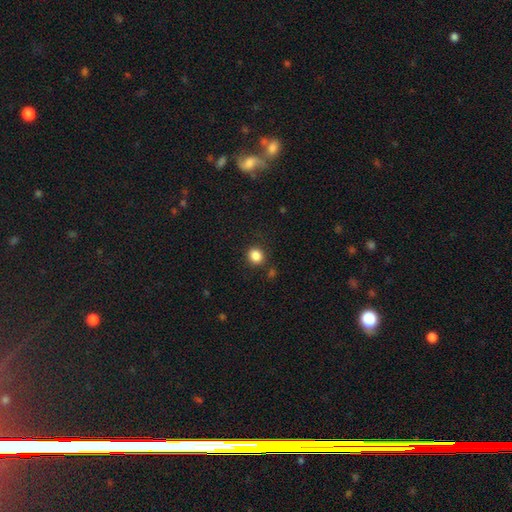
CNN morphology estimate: smooth_or_featured: smooth (p=0.85) [alt: star or artifact p=0.11]
how_rounded: round (p=0.77) [alt: in between p=0.22]
merging: none (p=0.85) [alt: minor disturbance p=0.09]